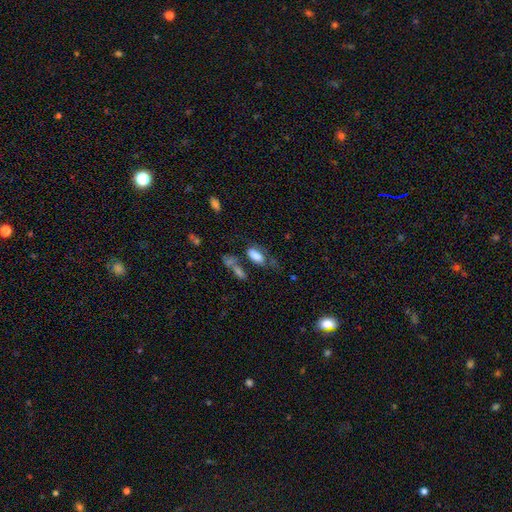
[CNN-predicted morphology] type=smooth (76%); roundness=in between (87%); merging=none (39%).